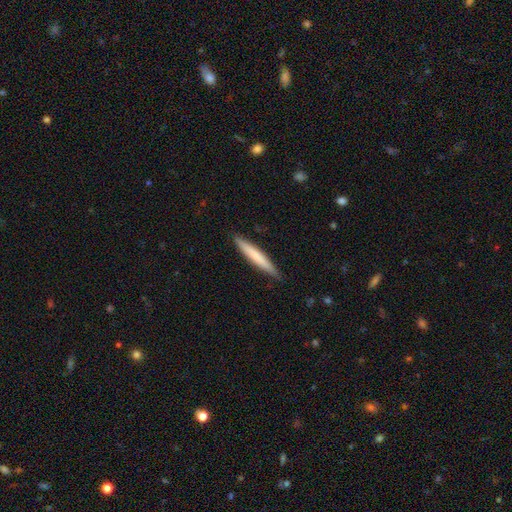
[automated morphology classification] Q: Smooth or featured?
A: smooth (68%); runner-up: featured or disk (27%)
Q: How rounded?
A: cigar-shaped (96%); runner-up: in between (3%)
Q: Merging?
A: none (89%); runner-up: minor disturbance (8%)